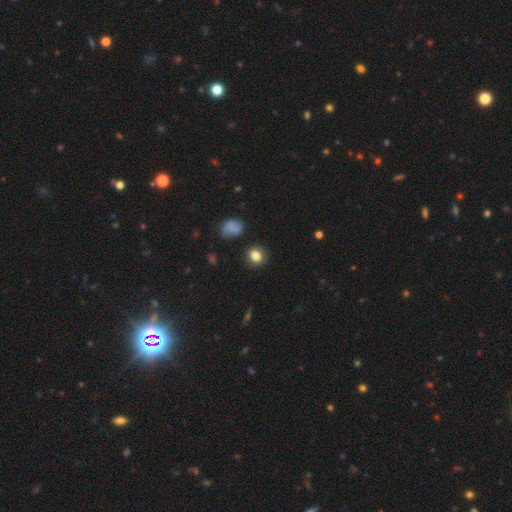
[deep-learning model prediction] Smooth or featured?
  - smooth: 82% *
  - star or artifact: 11%
  - featured or disk: 7%
How rounded?
  - round: 71% *
  - in between: 28%
  - cigar-shaped: 1%
Merging?
  - none: 84% *
  - minor disturbance: 11%
  - major disturbance: 3%
  - merger: 2%